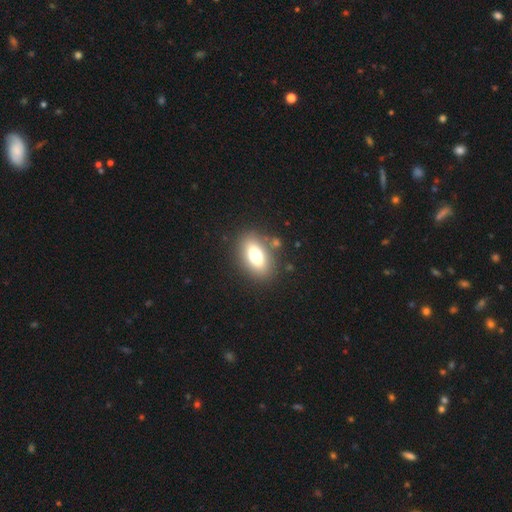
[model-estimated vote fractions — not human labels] The model was most divided on "smooth or featured": smooth: 73%, featured or disk: 18%, star or artifact: 10%. More confident: how rounded — in between (85%); merging — none (83%).